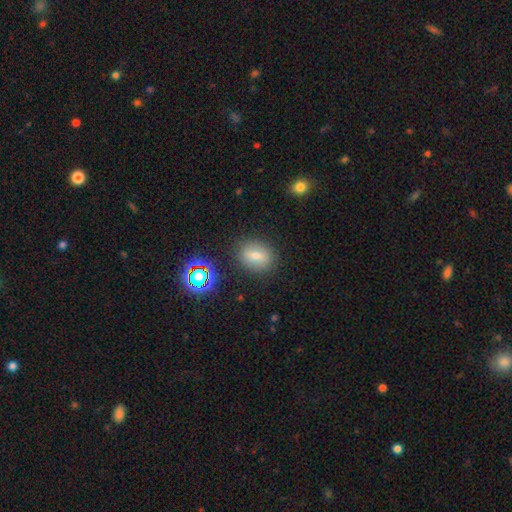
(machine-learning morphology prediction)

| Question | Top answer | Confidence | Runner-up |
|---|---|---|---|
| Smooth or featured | smooth | 71% | featured or disk (15%) |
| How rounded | in between | 58% | round (40%) |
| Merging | none | 83% | minor disturbance (11%) |